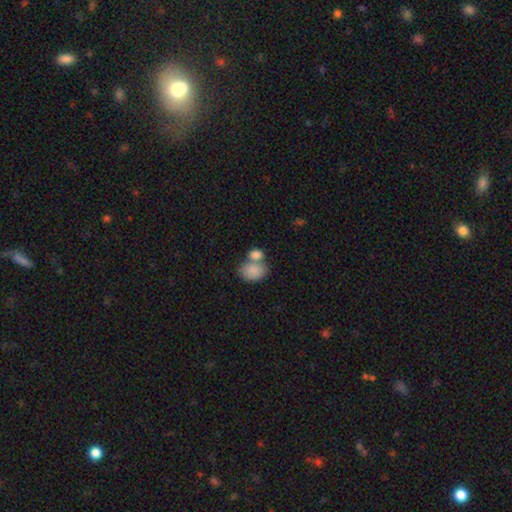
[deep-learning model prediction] Smooth or featured? smooth (84%)
How rounded? in between (76%)
Merging? merger (51%)